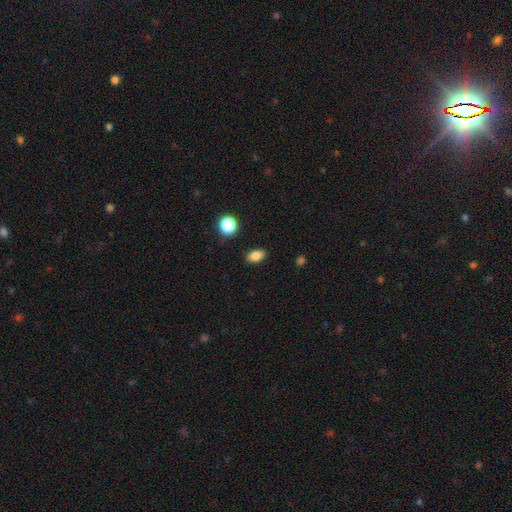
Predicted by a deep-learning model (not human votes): Smooth or featured? smooth (84%)
How rounded? in between (87%)
Merging? none (88%)